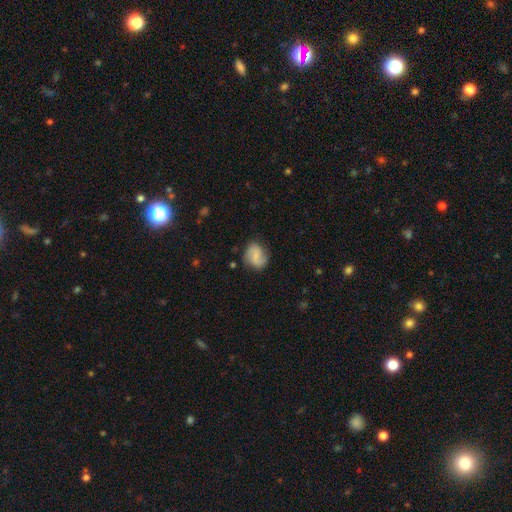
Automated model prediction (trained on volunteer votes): The model was most divided on "bulge size": none: 42%, small: 39%, moderate: 16%, large: 2%, dominant: 1%. Remaining: edge-on disk — no (98%); spiral arms — yes (90%); merging — none (74%); smooth or featured — featured or disk (52%); bar — weak (46%).